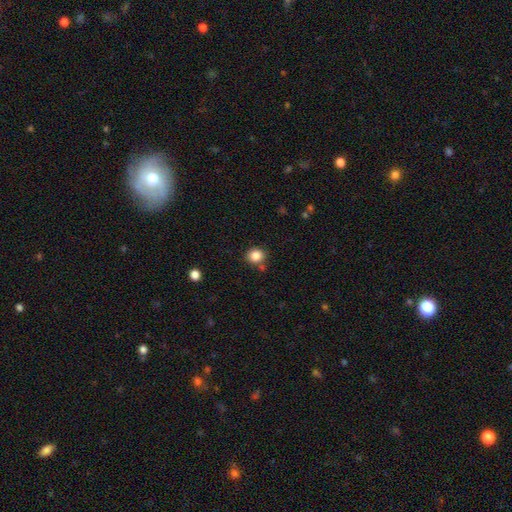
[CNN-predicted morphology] Overall: smooth (85%). How rounded: round (79%). Merging: none (79%).